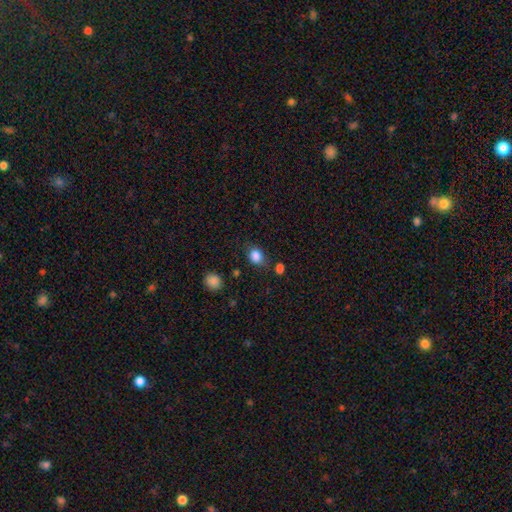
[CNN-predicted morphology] Overall: smooth (85%). How rounded: in between (57%; round 42%). Merging: none (71%).